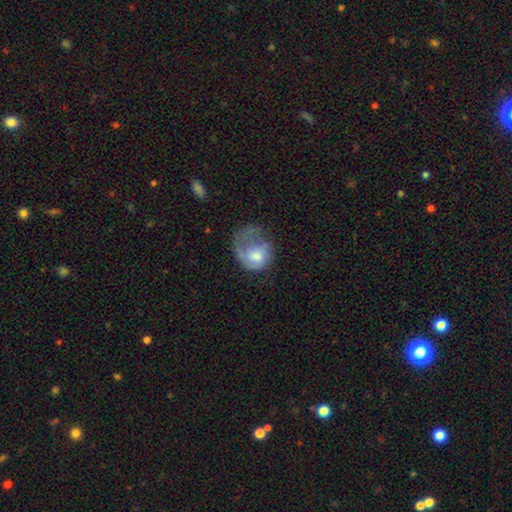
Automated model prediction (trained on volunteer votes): Smooth or featured? Predicted: featured or disk (p=0.48). Merging? Predicted: major disturbance (p=0.52).